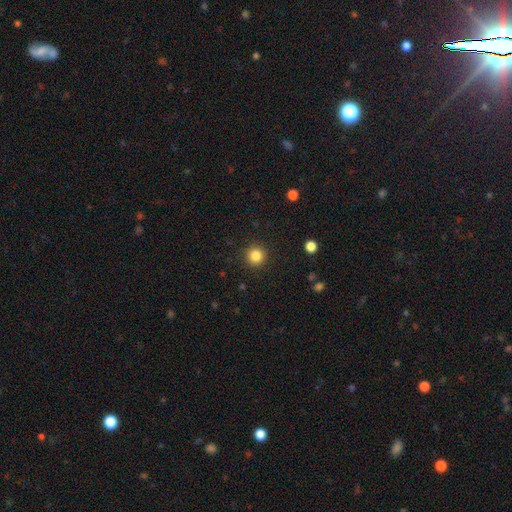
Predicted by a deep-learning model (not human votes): Smooth or featured?
  - smooth: 84% *
  - star or artifact: 11%
  - featured or disk: 4%
How rounded?
  - round: 95% *
  - in between: 4%
  - cigar-shaped: 1%
Merging?
  - none: 92% *
  - minor disturbance: 5%
  - major disturbance: 2%
  - merger: 1%